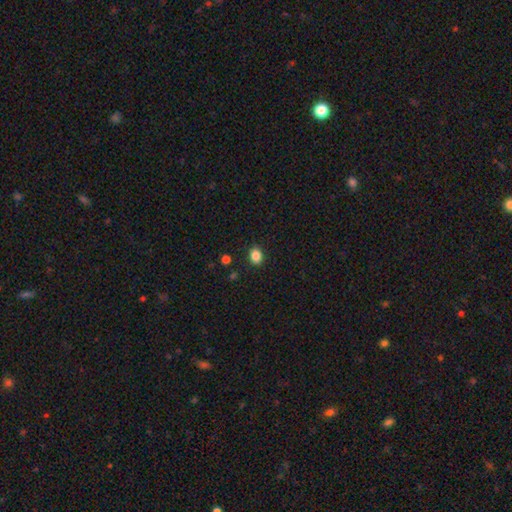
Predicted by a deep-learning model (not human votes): This is clearly a smooth galaxy (86%). How rounded: possibly in between (57%). Merging: clearly none (88%).